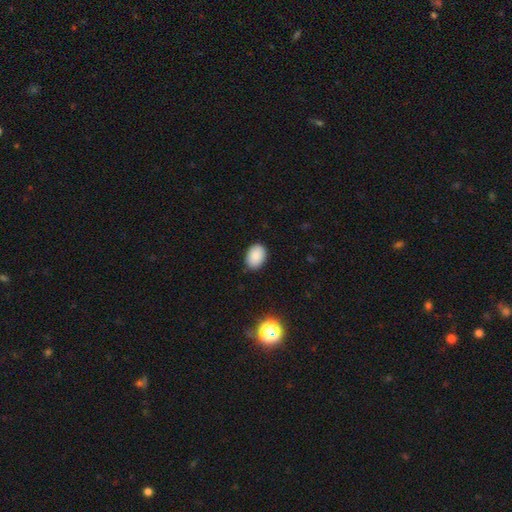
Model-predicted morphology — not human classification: This appears to be a smooth galaxy with no disk features (88%) that is in between round and cigar-shaped (81%). Merging: none (87%).